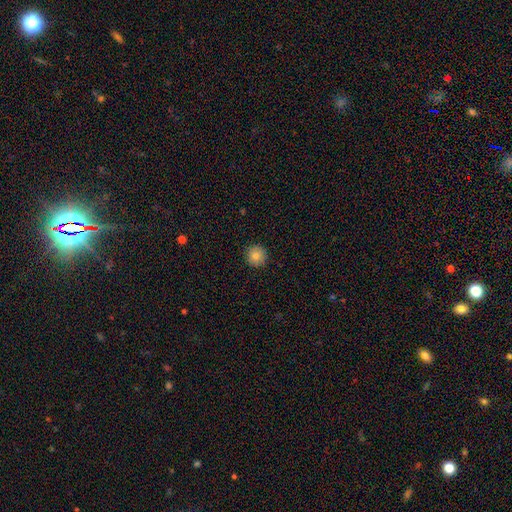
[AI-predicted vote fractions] A smooth galaxy with no disk features (81%) that is round (96%).

Vote fractions:
- Smooth or featured? smooth: 81% / star or artifact: 10% / featured or disk: 9%
- How rounded? round: 96% / in between: 3% / cigar-shaped: 1%
- Merging? none: 92% / minor disturbance: 6% / major disturbance: 2% / merger: 1%